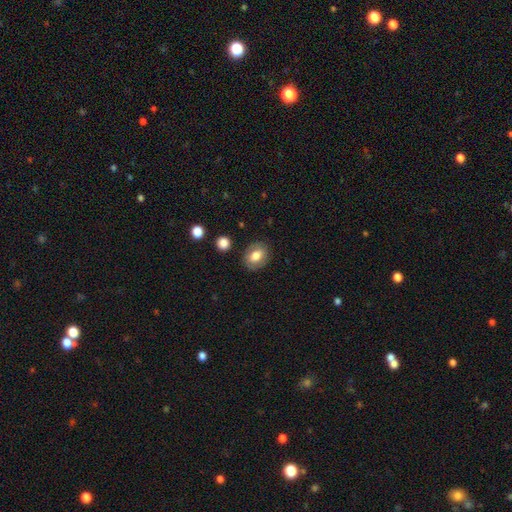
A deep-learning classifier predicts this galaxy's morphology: smooth 74%, featured or disk 18%, star or artifact 8%. Down the decision tree: how rounded — in between (63%); merging — none (84%).